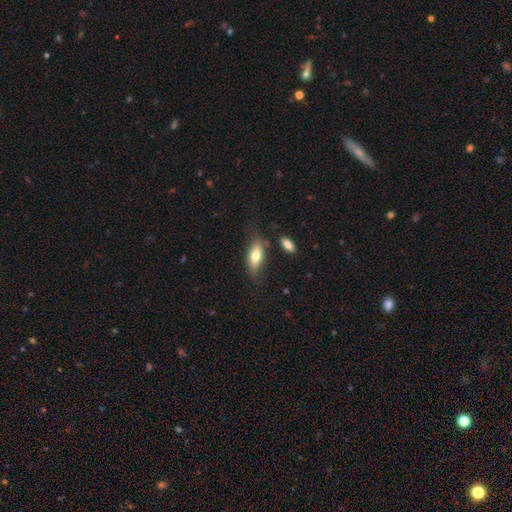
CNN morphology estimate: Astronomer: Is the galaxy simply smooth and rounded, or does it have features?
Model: smooth — 72%.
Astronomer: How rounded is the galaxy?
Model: in between — 75%.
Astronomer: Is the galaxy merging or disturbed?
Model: none — 74%.